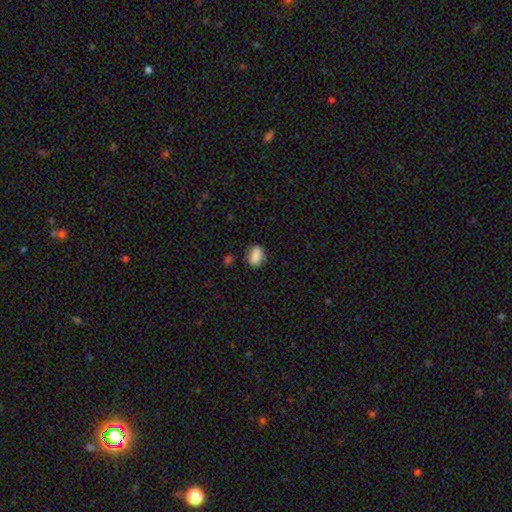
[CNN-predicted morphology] Smooth or featured?
  - smooth: 86% *
  - star or artifact: 8%
  - featured or disk: 5%
How rounded?
  - in between: 74% *
  - round: 24%
  - cigar-shaped: 2%
Merging?
  - none: 81% *
  - minor disturbance: 14%
  - major disturbance: 3%
  - merger: 2%